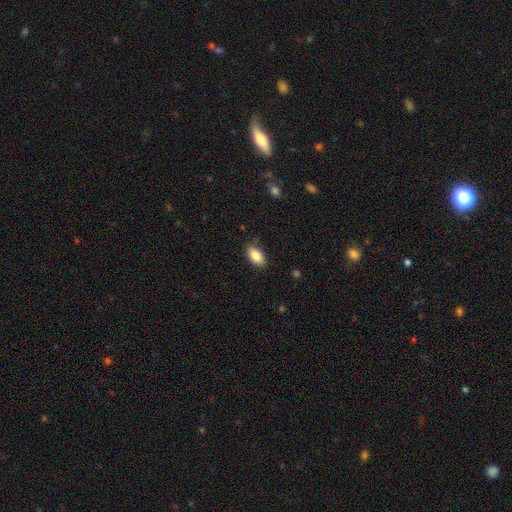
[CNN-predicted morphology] Smooth or featured? Predicted: smooth (p=0.86). How rounded? Predicted: in between (p=0.92). Merging? Predicted: none (p=0.85).